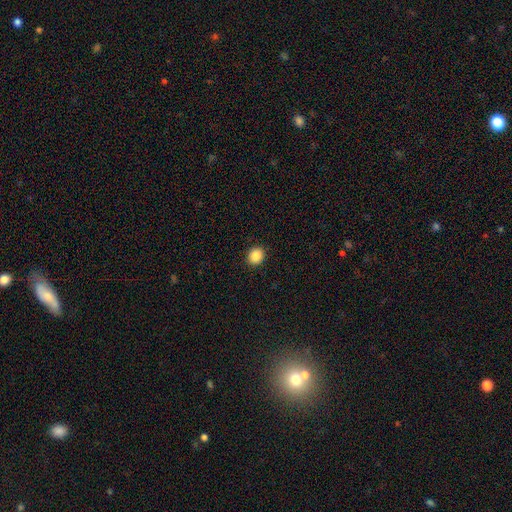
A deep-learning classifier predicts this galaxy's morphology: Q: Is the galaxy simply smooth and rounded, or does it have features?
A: smooth — 88%.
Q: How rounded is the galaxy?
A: round — 71%.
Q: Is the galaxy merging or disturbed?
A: none — 91%.